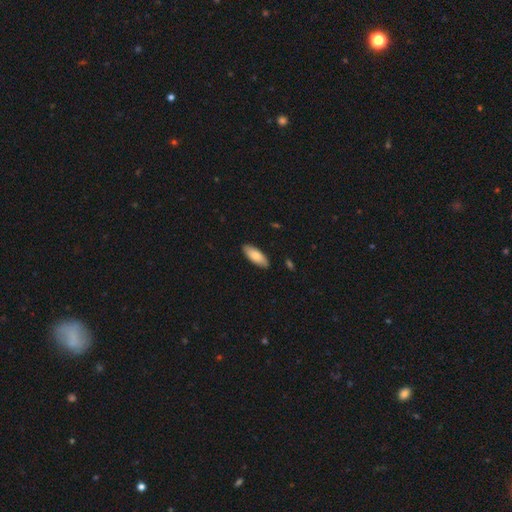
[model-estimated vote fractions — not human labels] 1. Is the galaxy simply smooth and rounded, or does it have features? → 81% smooth, 14% featured or disk, 6% star or artifact.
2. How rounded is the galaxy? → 77% in between, 22% cigar-shaped, 2% round.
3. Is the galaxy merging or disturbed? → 87% none, 10% minor disturbance, 2% major disturbance, 1% merger.